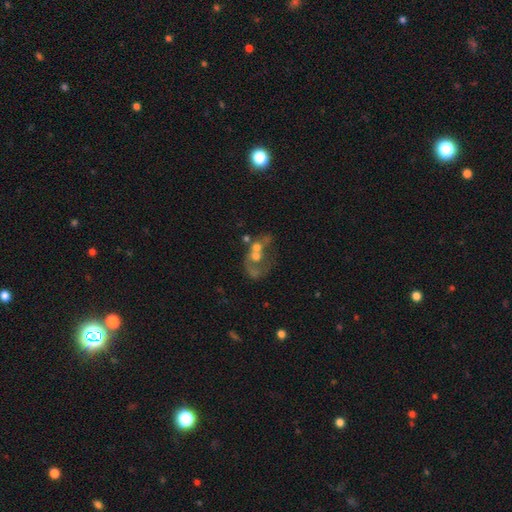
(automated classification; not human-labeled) Overall: featured or disk (49%; smooth 38%). Merging: merger (59%).